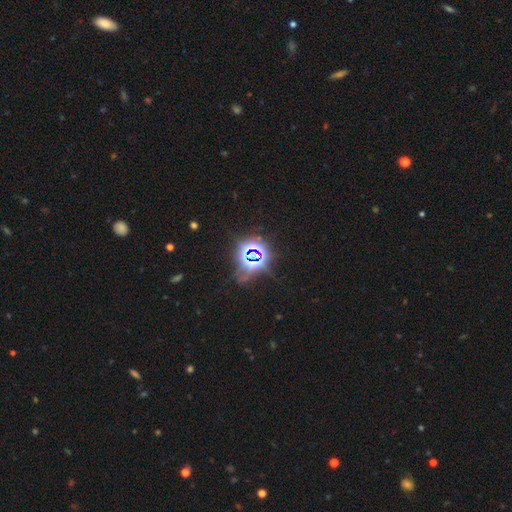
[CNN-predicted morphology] smooth_or_featured: star or artifact (p=0.81) [alt: smooth p=0.11]